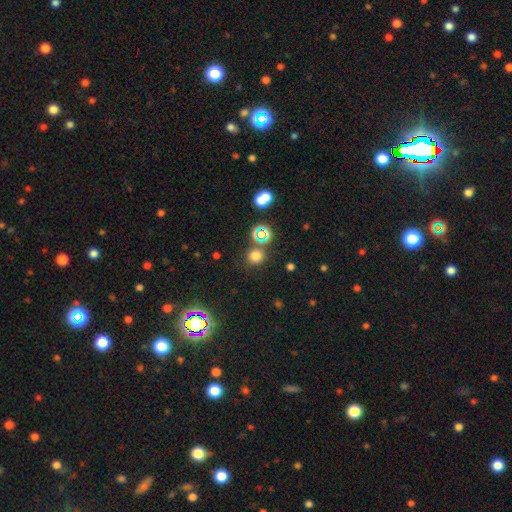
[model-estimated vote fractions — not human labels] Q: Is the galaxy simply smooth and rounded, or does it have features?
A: smooth — 70%.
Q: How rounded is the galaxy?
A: round — 90%.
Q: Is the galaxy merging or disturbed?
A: none — 79%.